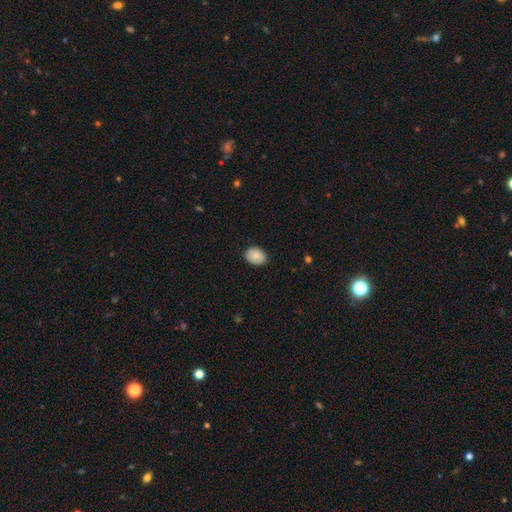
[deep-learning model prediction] The model was most divided on "how rounded": in between: 71%, round: 28%, cigar-shaped: 1%. More confident: merging — none (84%); smooth or featured — smooth (84%).